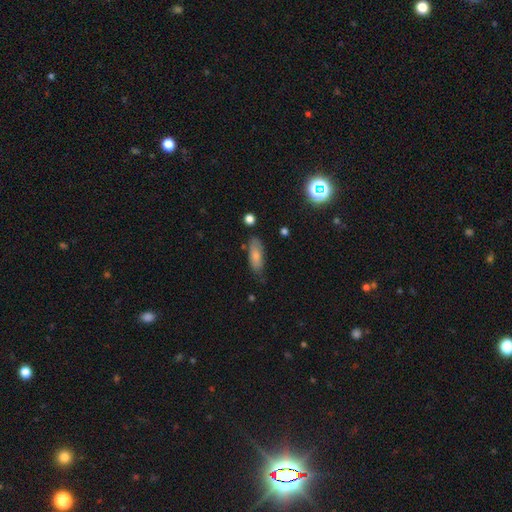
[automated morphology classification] type=smooth (76%); roundness=in between (74%); merging=none (67%).